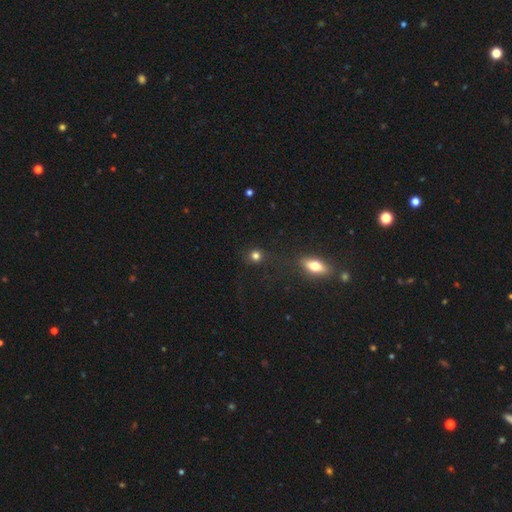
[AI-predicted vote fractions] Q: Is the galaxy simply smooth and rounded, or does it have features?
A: smooth — 77%.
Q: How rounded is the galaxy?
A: round — 88%.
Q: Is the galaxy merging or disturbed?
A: none — 79%.